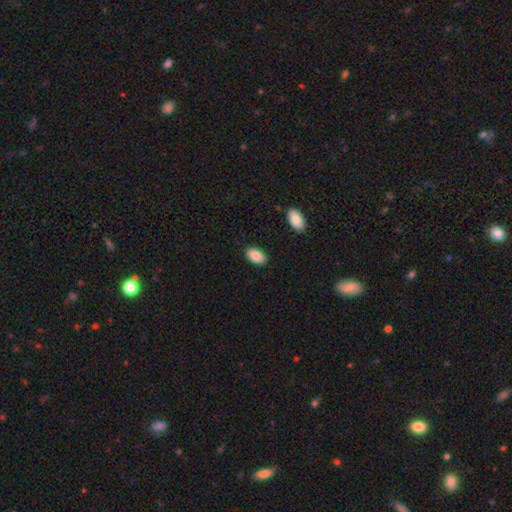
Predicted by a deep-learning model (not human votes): smooth-or-featured: smooth: 87% | featured or disk: 7% | star or artifact: 6%
  how-rounded: in between: 95% | round: 4% | cigar-shaped: 2%
  merging: none: 88% | minor disturbance: 9% | major disturbance: 2% | merger: 2%